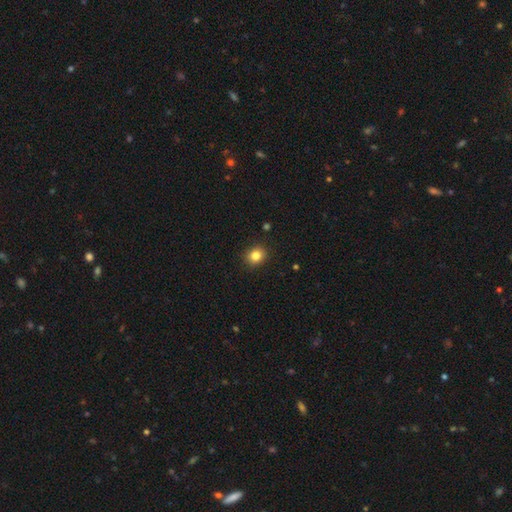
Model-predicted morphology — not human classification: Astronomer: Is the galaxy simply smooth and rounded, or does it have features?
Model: smooth — 83%.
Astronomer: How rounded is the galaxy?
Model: round — 73%.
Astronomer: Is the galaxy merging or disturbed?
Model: none — 90%.